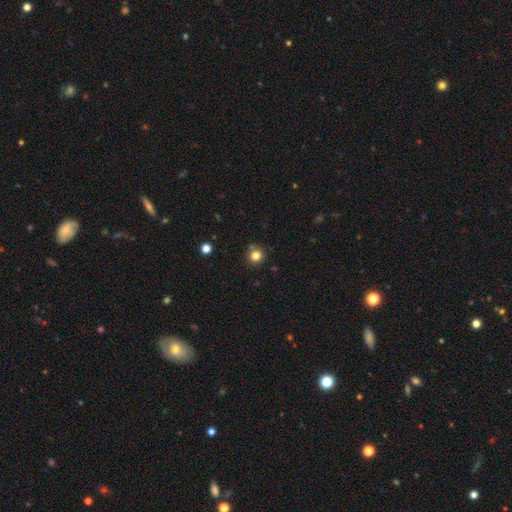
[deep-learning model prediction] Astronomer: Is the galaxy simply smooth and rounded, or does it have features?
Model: smooth — 81%.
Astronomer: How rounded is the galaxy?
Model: round — 93%.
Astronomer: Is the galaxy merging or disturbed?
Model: none — 82%.